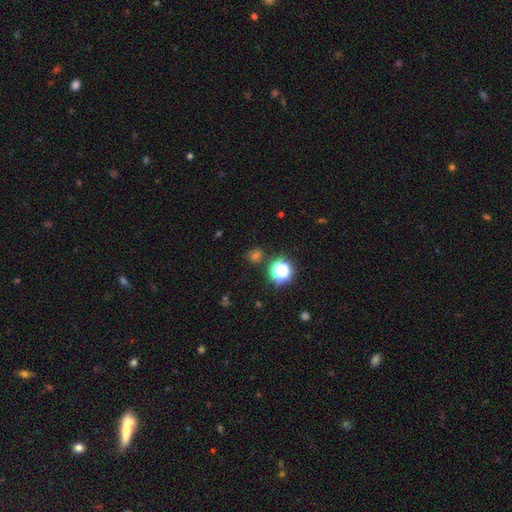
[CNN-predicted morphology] A smooth galaxy with no disk features (56%) that is round (76%). Merging: none (81%).